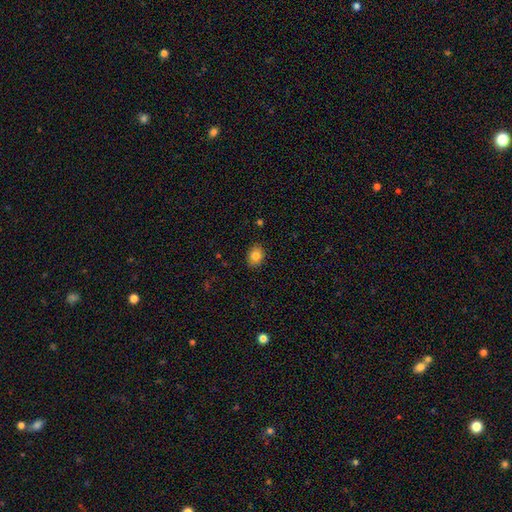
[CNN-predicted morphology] A smooth galaxy with no disk features (84%) that is in between round and cigar-shaped (64%). Merging: none (88%).